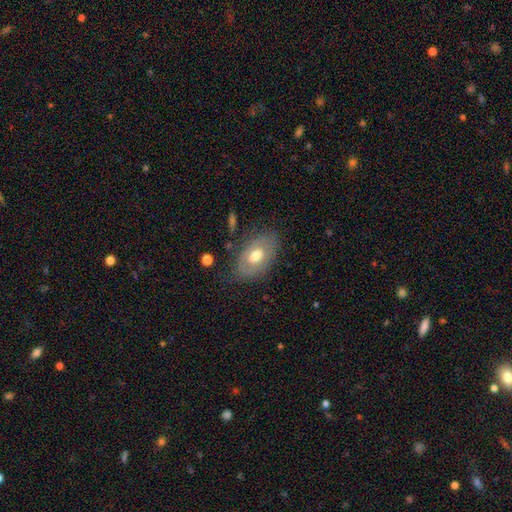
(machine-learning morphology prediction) Overall: smooth (50%; featured or disk 43%). How rounded: in between (90%). Merging: none (72%).